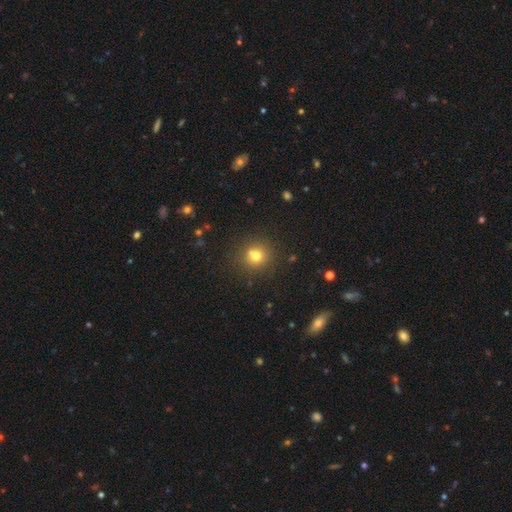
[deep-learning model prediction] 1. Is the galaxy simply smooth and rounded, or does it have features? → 72% smooth, 17% star or artifact, 11% featured or disk.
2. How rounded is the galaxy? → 89% round, 10% in between, 1% cigar-shaped.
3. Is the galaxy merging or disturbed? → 70% none, 17% merger, 9% minor disturbance, 3% major disturbance.